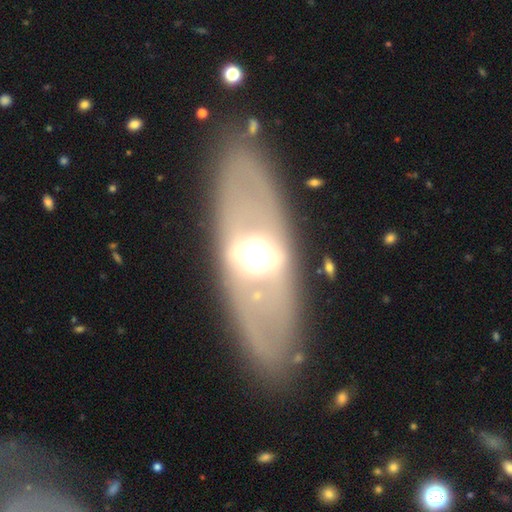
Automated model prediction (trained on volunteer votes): Morphology: type=featured or disk (63%); edge-on=no (67%); merging=none (83%).